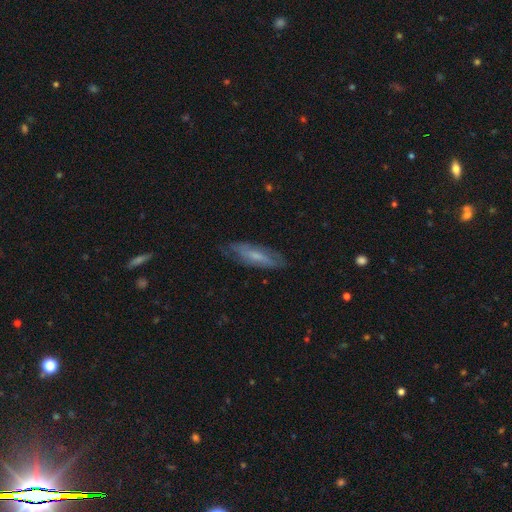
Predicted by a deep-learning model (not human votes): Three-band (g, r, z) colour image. It shows a featured or disk galaxy (51%). Merging: none (73%).